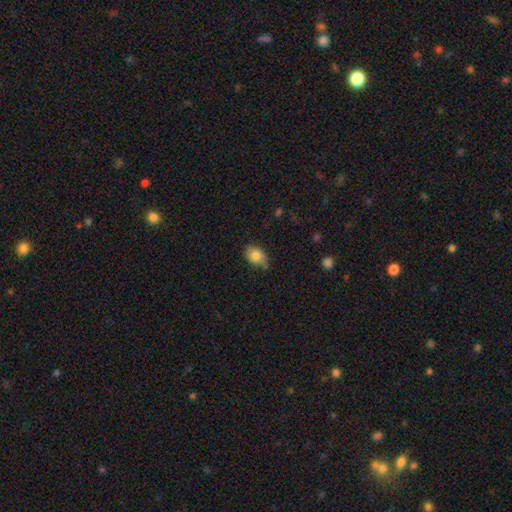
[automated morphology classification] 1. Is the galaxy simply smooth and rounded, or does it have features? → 80% smooth, 12% featured or disk, 8% star or artifact.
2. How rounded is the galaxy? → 75% in between, 24% round, 1% cigar-shaped.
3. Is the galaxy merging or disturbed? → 59% none, 32% minor disturbance, 6% major disturbance, 3% merger.